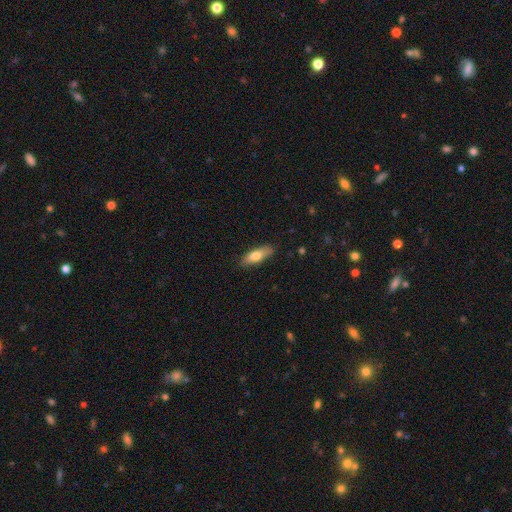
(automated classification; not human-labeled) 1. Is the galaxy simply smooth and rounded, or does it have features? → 74% smooth, 20% featured or disk, 6% star or artifact.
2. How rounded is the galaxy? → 56% in between, 42% cigar-shaped, 2% round.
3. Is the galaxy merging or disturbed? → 85% none, 12% minor disturbance, 2% major disturbance, 1% merger.